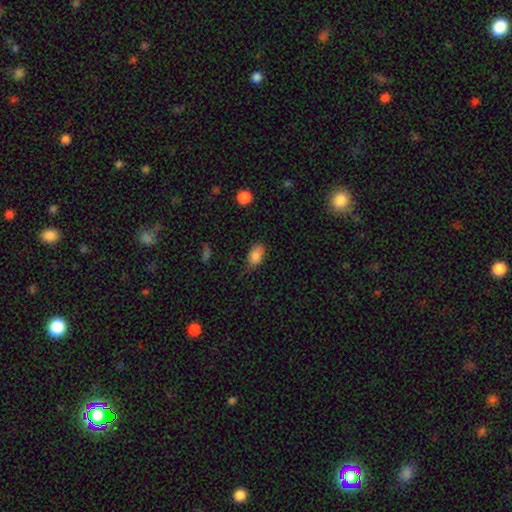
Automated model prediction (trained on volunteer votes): This appears to be a smooth galaxy with no disk features (86%) that is in between round and cigar-shaped (90%). Merging: none (65%).